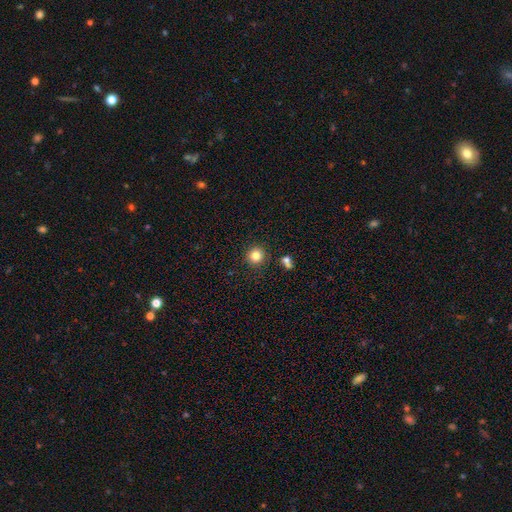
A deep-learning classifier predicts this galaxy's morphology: type=smooth (82%); roundness=round (93%); merging=none (88%).